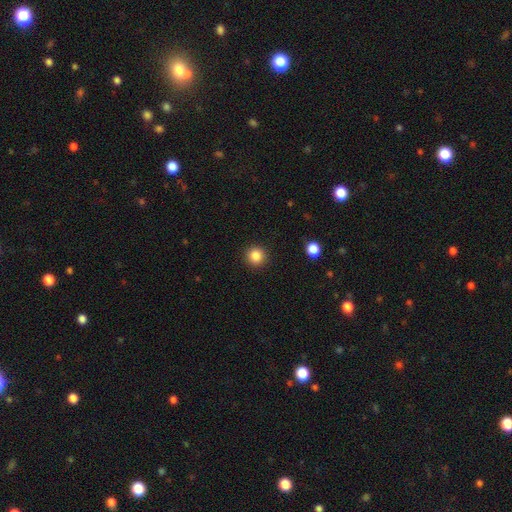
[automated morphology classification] Smooth or featured? smooth (85%)
How rounded? round (95%)
Merging? none (92%)